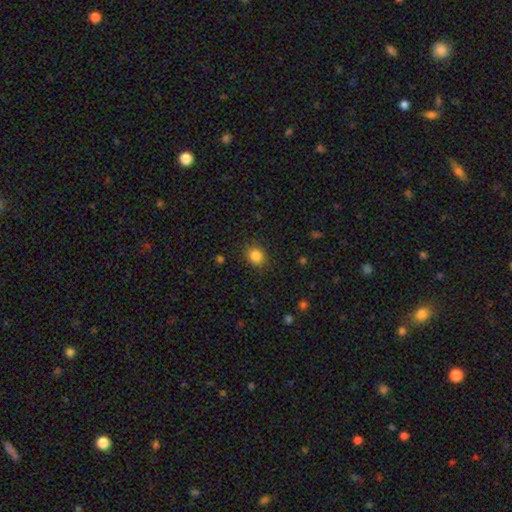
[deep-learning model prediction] Smooth or featured? Predicted: smooth (p=0.85). How rounded? Predicted: round (p=0.66). Merging? Predicted: none (p=0.85).